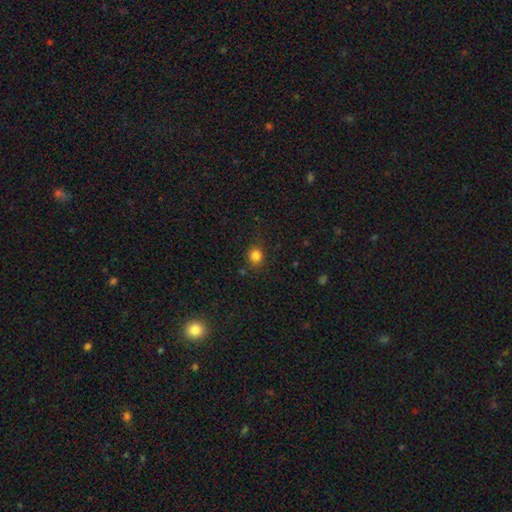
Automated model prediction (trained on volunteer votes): This appears to be a smooth galaxy with no disk features (82%) that is round (78%). Merging: none (83%).